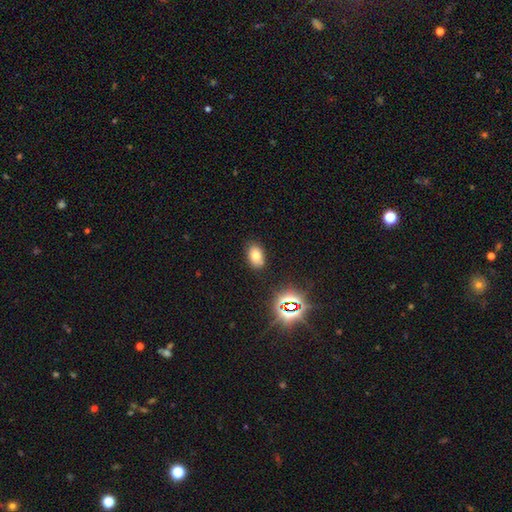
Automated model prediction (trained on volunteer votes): smooth_or_featured: smooth (p=0.74) [alt: star or artifact p=0.16]
how_rounded: in between (p=0.86) [alt: round p=0.13]
merging: none (p=0.83) [alt: minor disturbance p=0.11]